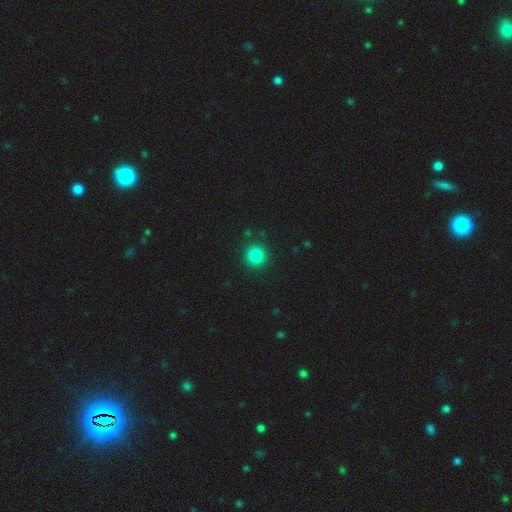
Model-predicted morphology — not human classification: This appears to be a smooth galaxy with no disk features (84%) that is round (93%). Merging: none (90%).